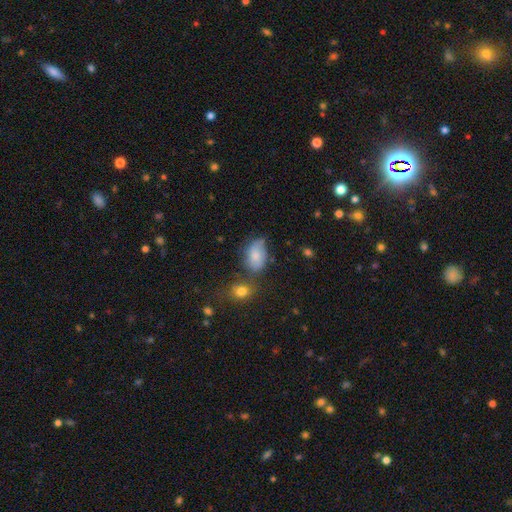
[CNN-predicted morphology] type=smooth (75%); roundness=in between (86%); merging=none (45%).